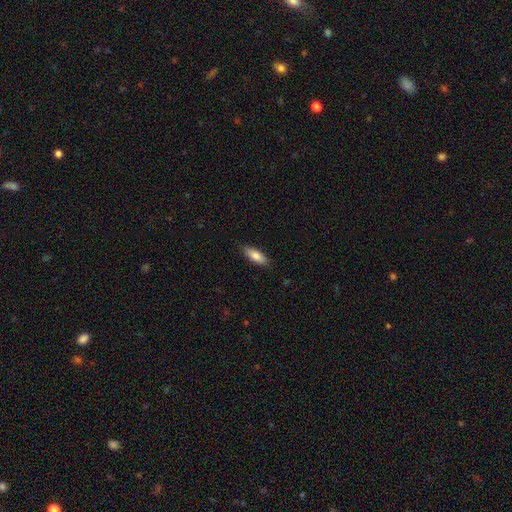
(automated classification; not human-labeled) smooth_or_featured: smooth (p=0.82) [alt: featured or disk p=0.12]
how_rounded: in between (p=0.66) [alt: cigar-shaped p=0.33]
merging: none (p=0.86) [alt: minor disturbance p=0.11]